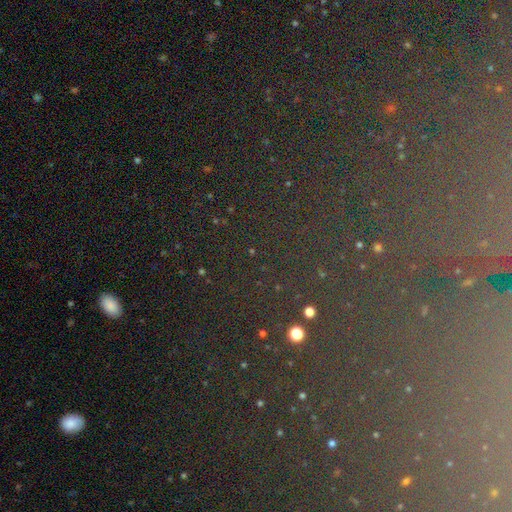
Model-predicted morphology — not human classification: This appears to be a star or artifact, not a galaxy (76%).